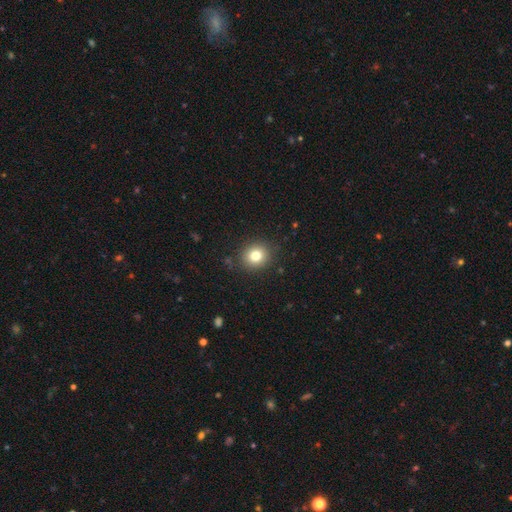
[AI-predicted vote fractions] Smooth or featured? Predicted: smooth (p=0.79). How rounded? Predicted: round (p=0.80). Merging? Predicted: none (p=0.88).